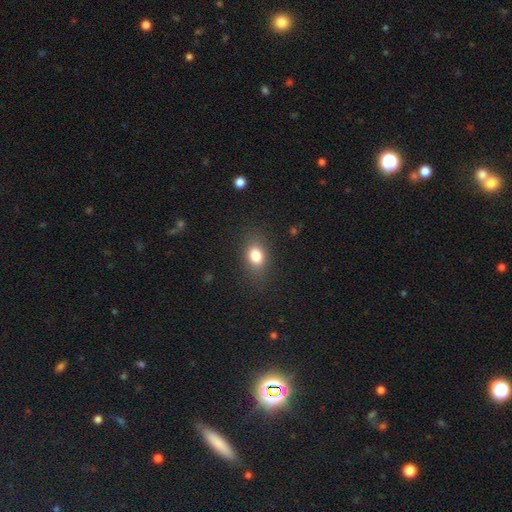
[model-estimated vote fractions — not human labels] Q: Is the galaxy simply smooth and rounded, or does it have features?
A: smooth — 80%.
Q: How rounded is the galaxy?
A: in between — 73%.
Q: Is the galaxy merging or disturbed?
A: none — 82%.